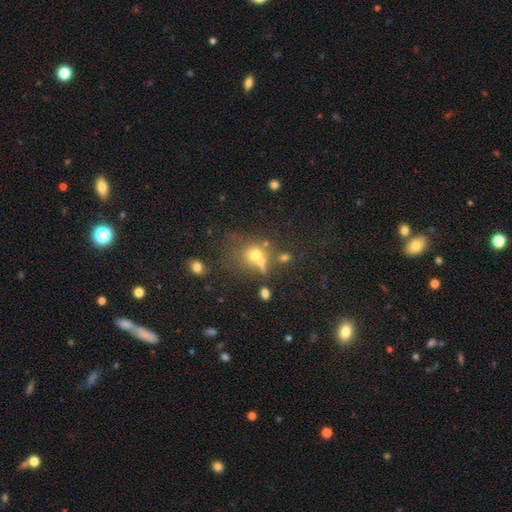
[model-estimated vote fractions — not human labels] smooth 55%, star or artifact 25%, featured or disk 20%. Down the decision tree: how rounded — round (70%); merging — none (41%).